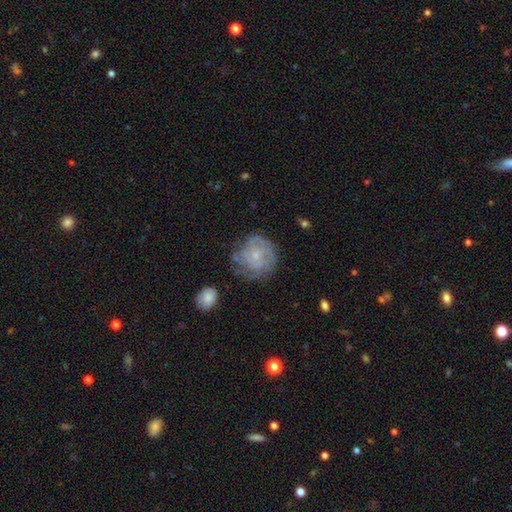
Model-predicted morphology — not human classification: Smooth or featured? featured or disk (62%)
Edge-on disk? no (98%)
Bar? no (79%)
Spiral arms? yes (78%)
Bulge size? small (72%)
Merging? none (62%)